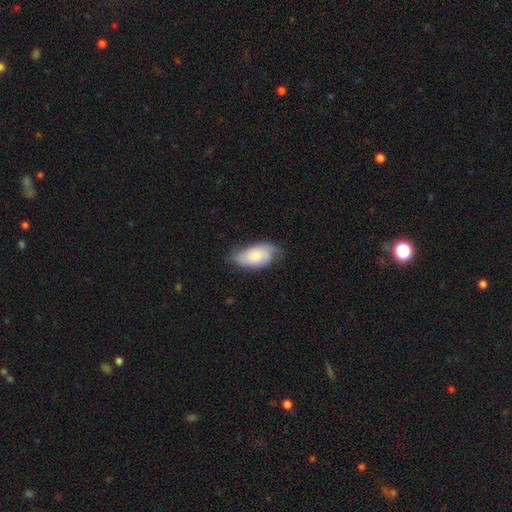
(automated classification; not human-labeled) Smooth or featured? smooth (59%)
How rounded? in between (93%)
Merging? none (57%)